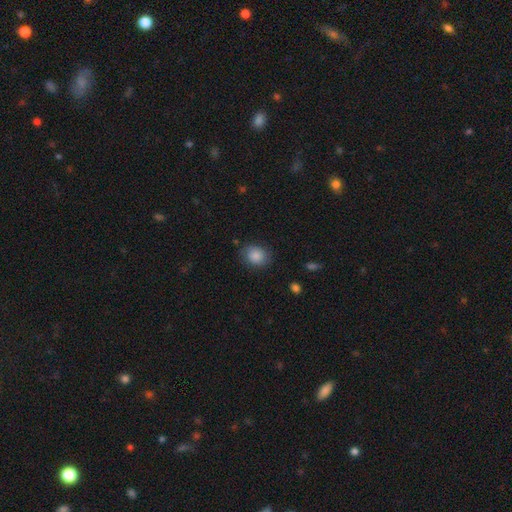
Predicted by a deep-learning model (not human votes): Morphology: type=smooth (82%); roundness=round (53%); merging=none (78%).